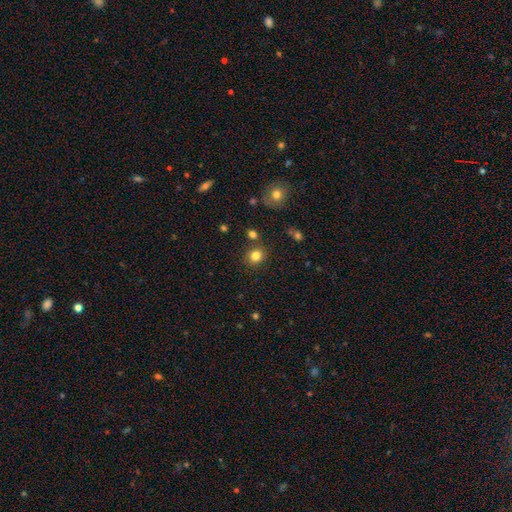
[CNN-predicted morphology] Smooth or featured? smooth (82%)
How rounded? round (79%)
Merging? none (82%)